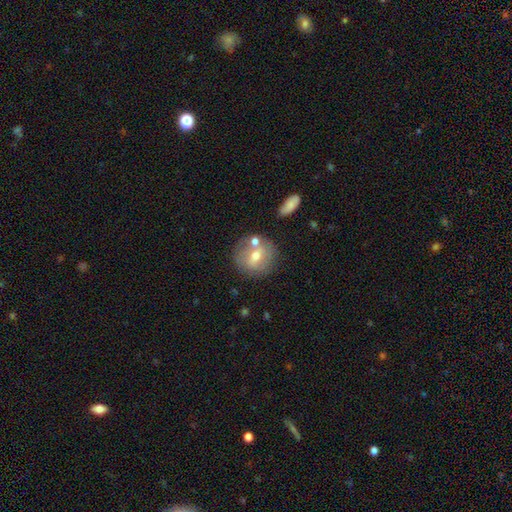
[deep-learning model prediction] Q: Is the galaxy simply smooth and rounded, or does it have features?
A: smooth — 53%.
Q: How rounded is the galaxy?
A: round — 84%.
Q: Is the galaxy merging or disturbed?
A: none — 70%.